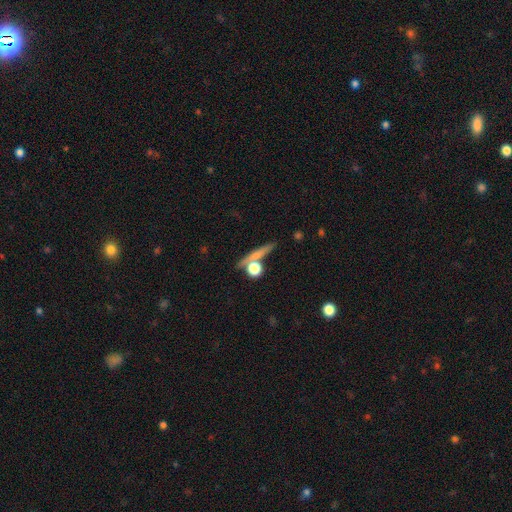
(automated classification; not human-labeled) This appears to be a smooth galaxy with no disk features (58%) that is cigar-shaped (53%). Merging: none (69%).